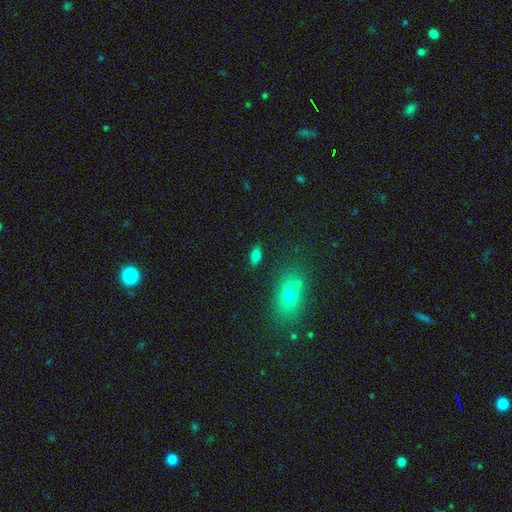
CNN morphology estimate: Smooth or featured: smooth — 80% (star or artifact — 11%)
How rounded: in between — 87% (cigar-shaped — 7%)
Merging: none — 83% (minor disturbance — 10%)